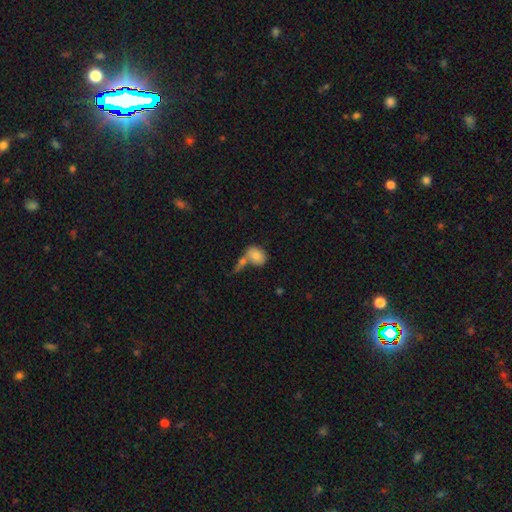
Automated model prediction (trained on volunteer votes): Smooth or featured? Predicted: smooth (p=0.79). How rounded? Predicted: in between (p=0.66). Merging? Predicted: merger (p=0.47).